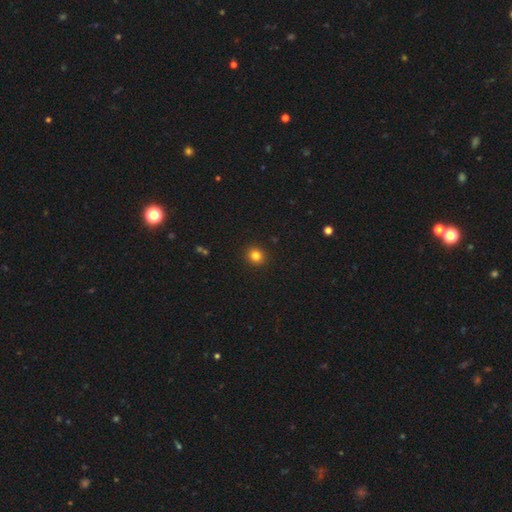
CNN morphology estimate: Smooth or featured?
  - smooth: 82% *
  - star or artifact: 13%
  - featured or disk: 5%
How rounded?
  - round: 86% *
  - in between: 13%
  - cigar-shaped: 1%
Merging?
  - none: 92% *
  - minor disturbance: 5%
  - major disturbance: 2%
  - merger: 1%